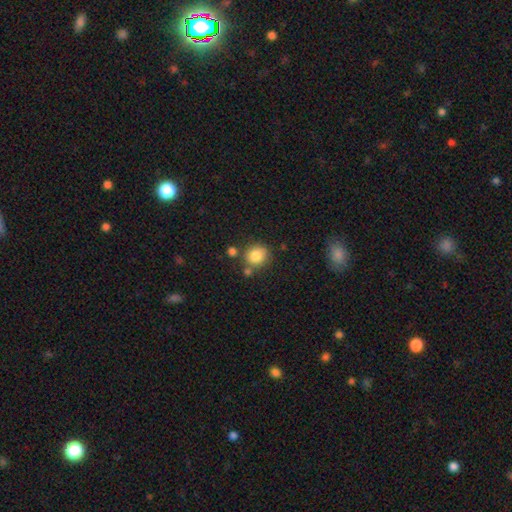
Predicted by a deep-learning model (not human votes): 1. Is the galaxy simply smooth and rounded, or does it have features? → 83% smooth, 10% star or artifact, 7% featured or disk.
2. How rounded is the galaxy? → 82% round, 17% in between, 1% cigar-shaped.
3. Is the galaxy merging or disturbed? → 72% none, 12% minor disturbance, 12% merger, 4% major disturbance.